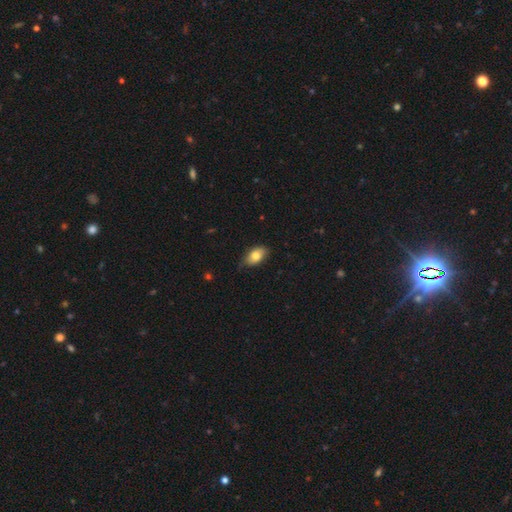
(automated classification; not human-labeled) Smooth or featured? Predicted: smooth (p=0.79). How rounded? Predicted: in between (p=0.91). Merging? Predicted: none (p=0.72).